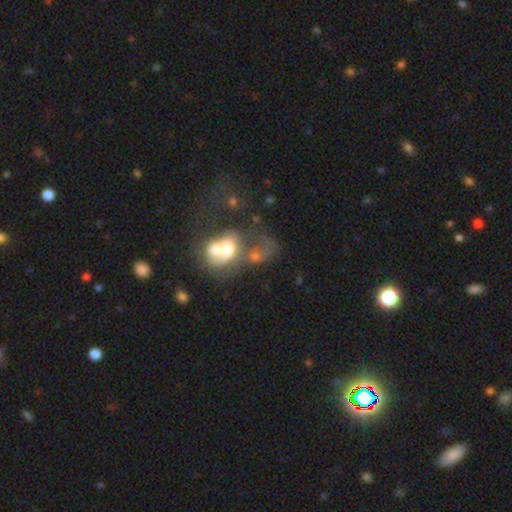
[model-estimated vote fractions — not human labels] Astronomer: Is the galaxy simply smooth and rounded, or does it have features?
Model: featured or disk — 45% (runner-up: smooth, 42%).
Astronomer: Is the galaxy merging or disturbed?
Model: merger — 65%.